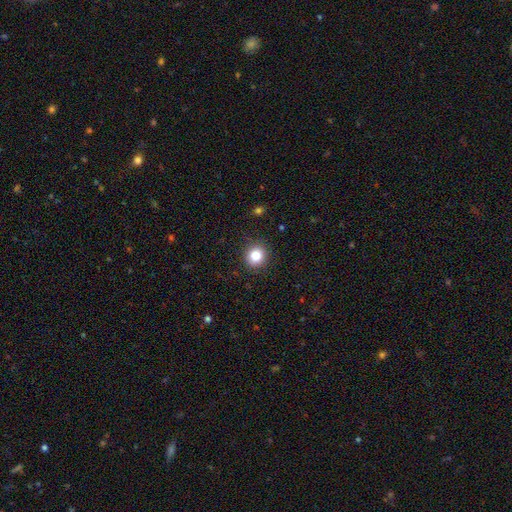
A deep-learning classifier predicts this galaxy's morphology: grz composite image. It shows a smooth galaxy with no disk features (83%) that is round (85%). Merging: none (90%).